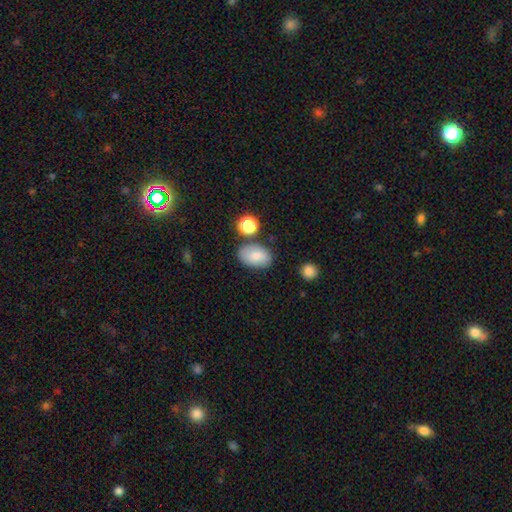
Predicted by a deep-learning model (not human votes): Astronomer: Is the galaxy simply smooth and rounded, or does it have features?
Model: smooth — 79%.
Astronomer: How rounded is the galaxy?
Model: in between — 89%.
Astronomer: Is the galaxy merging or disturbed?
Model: none — 75%.